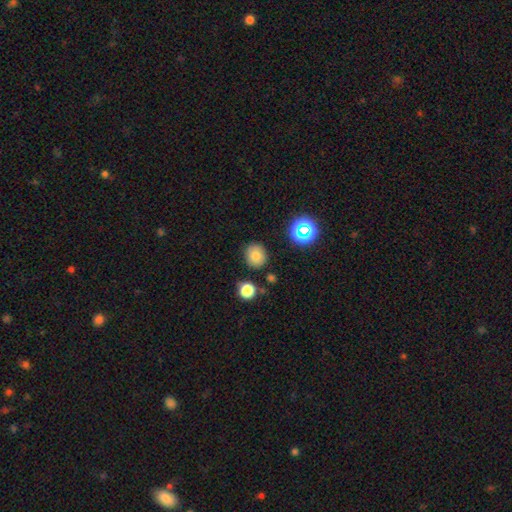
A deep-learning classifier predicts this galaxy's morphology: A smooth galaxy with no disk features (77%) that is round (81%). Merging: none (84%).